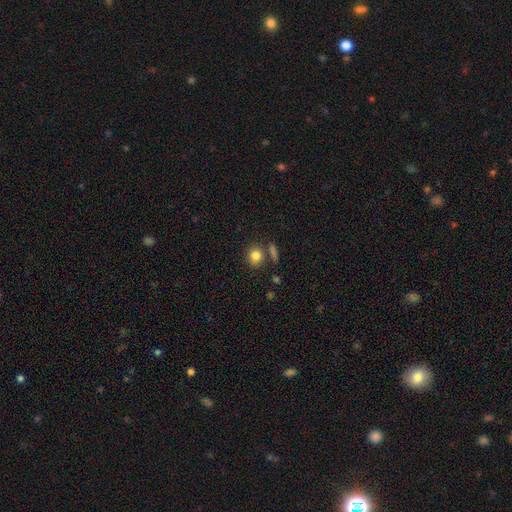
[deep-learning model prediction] The model was most divided on "how rounded": round: 72%, in between: 27%, cigar-shaped: 2%. More confident: smooth or featured — smooth (83%); merging — none (70%).